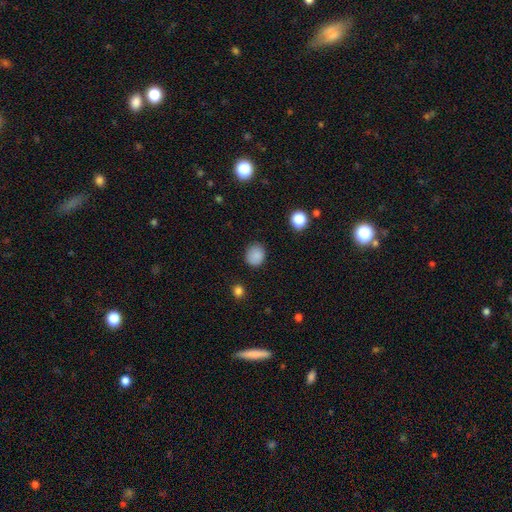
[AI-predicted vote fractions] The model was most divided on "how rounded": round: 78%, in between: 21%, cigar-shaped: 1%. More confident: merging — none (87%); smooth or featured — smooth (87%).